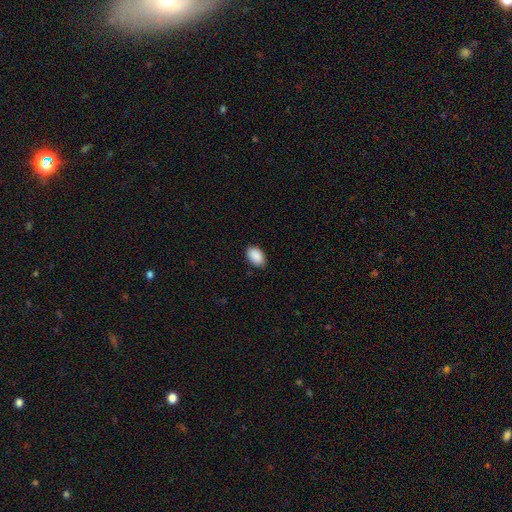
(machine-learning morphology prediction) smooth_or_featured: smooth (p=0.91) [alt: star or artifact p=0.07]
how_rounded: in between (p=0.87) [alt: round p=0.12]
merging: none (p=0.84) [alt: minor disturbance p=0.13]